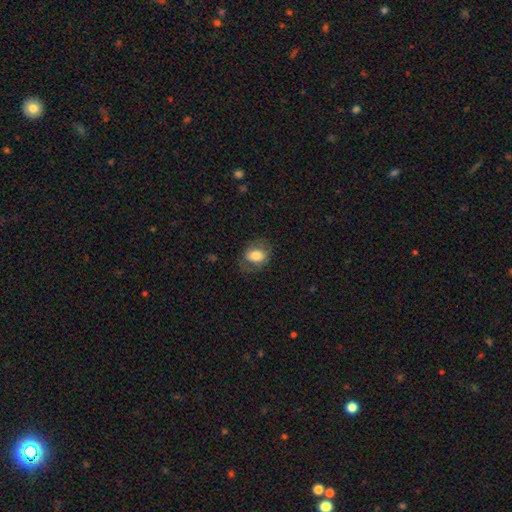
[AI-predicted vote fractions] The model was most divided on "how rounded": in between: 69%, round: 30%, cigar-shaped: 1%. More confident: smooth or featured — smooth (76%); merging — none (70%).